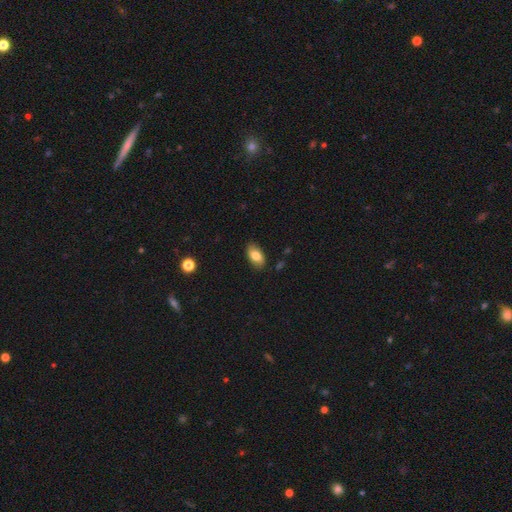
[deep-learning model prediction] Morphology: type=smooth (79%); roundness=in between (92%); merging=none (85%).